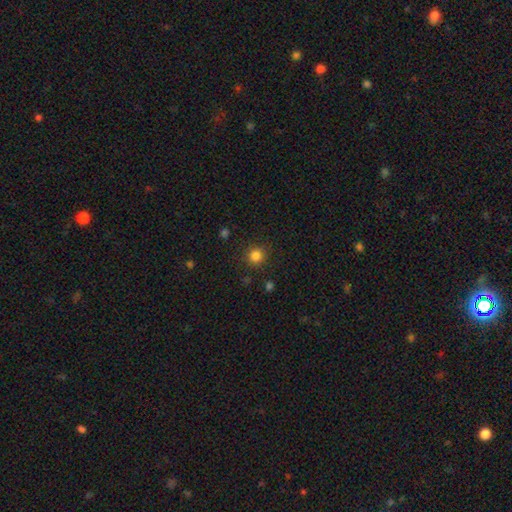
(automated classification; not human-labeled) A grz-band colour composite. It shows a smooth galaxy with no disk features (83%) that is round (93%). Merging: none (89%).